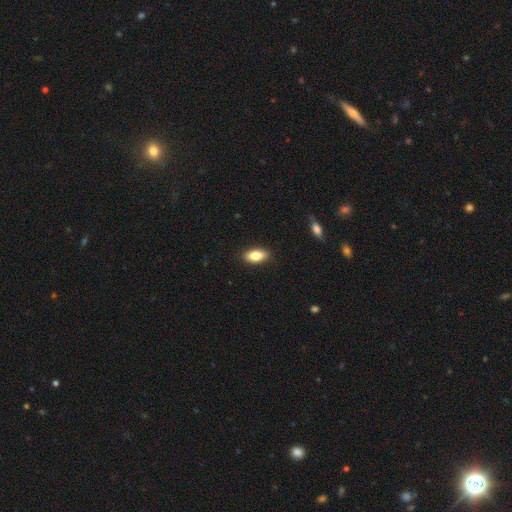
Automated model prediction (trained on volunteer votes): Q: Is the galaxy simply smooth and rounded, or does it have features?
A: smooth — 83%.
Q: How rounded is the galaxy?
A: in between — 88%.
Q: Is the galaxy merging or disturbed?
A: none — 88%.